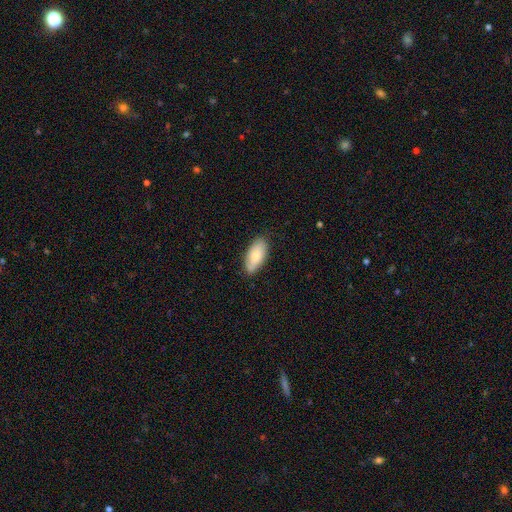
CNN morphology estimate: Overall: smooth (78%). How rounded: in between (90%). Merging: none (80%).